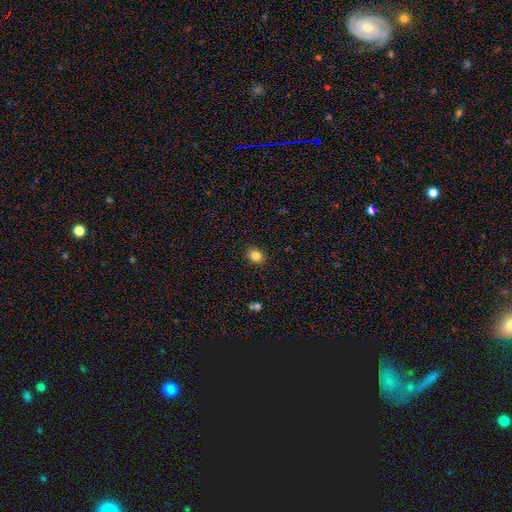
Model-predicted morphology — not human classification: Smooth or featured? smooth (84%)
How rounded? round (63%)
Merging? none (90%)